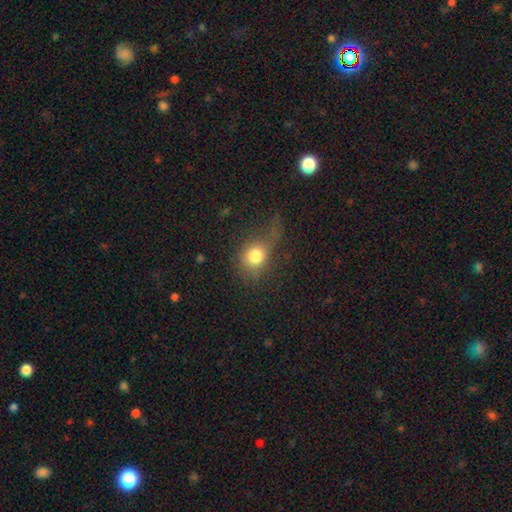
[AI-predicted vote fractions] Smooth or featured?
  - smooth: 77% *
  - star or artifact: 12%
  - featured or disk: 12%
How rounded?
  - round: 65% *
  - in between: 33%
  - cigar-shaped: 2%
Merging?
  - none: 38% *
  - major disturbance: 35%
  - minor disturbance: 24%
  - merger: 3%